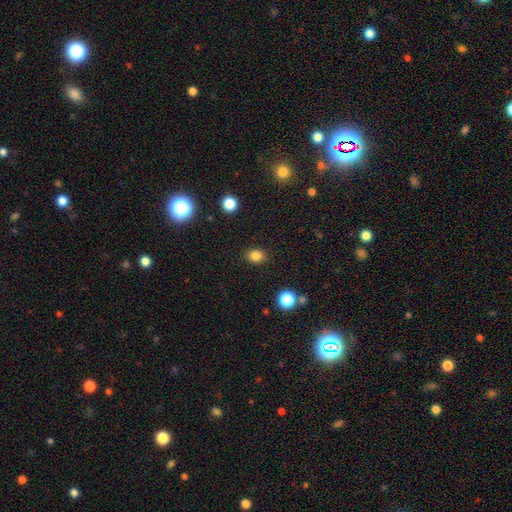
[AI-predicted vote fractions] Smooth or featured? smooth (83%)
How rounded? in between (50%)
Merging? none (88%)